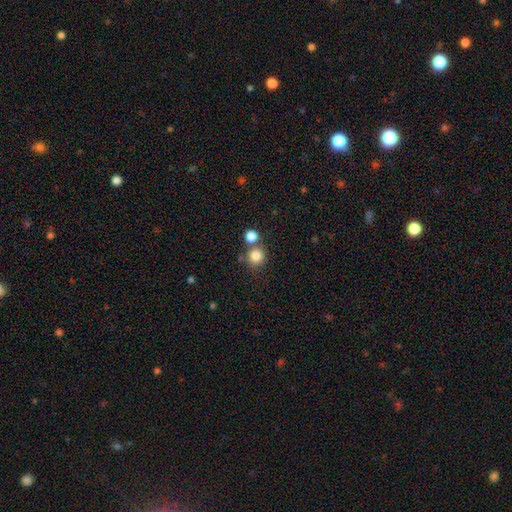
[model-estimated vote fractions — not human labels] This is clearly a smooth galaxy (83%). How rounded: clearly round (92%). Merging: likely none (69%).